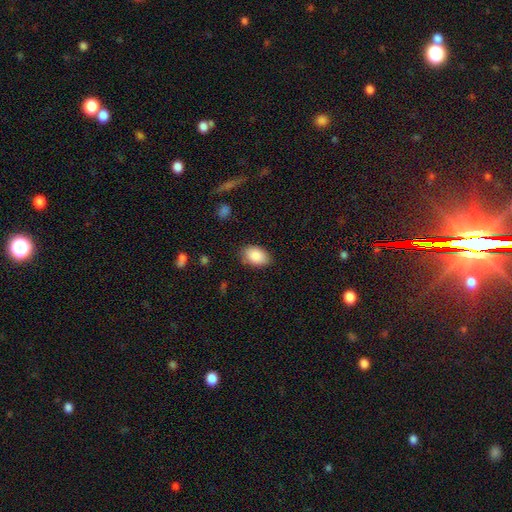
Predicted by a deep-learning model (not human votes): Overall: smooth (88%). How rounded: in between (90%). Merging: none (82%).